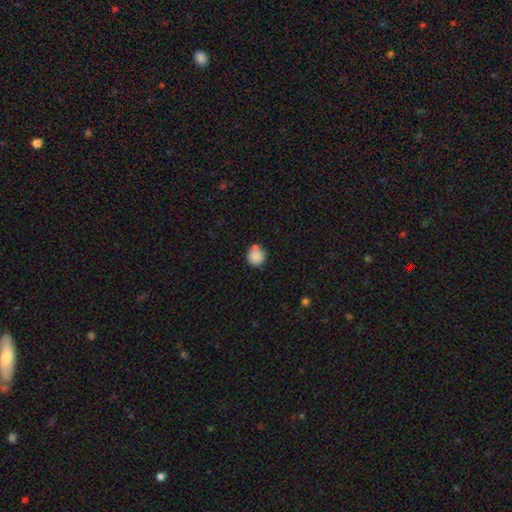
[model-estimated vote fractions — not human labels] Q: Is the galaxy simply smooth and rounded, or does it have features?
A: smooth — 86%.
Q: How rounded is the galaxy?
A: round — 92%.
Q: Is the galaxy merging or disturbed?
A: none — 69%.